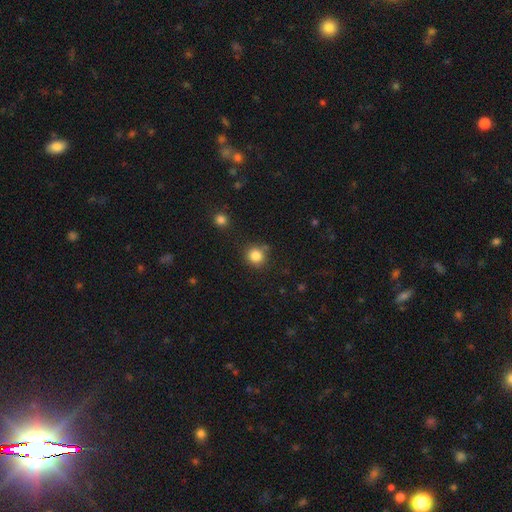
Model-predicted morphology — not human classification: The model was most divided on "merging": none: 79%, minor disturbance: 11%, merger: 6%, major disturbance: 4%. More confident: how rounded — round (89%); smooth or featured — smooth (84%).